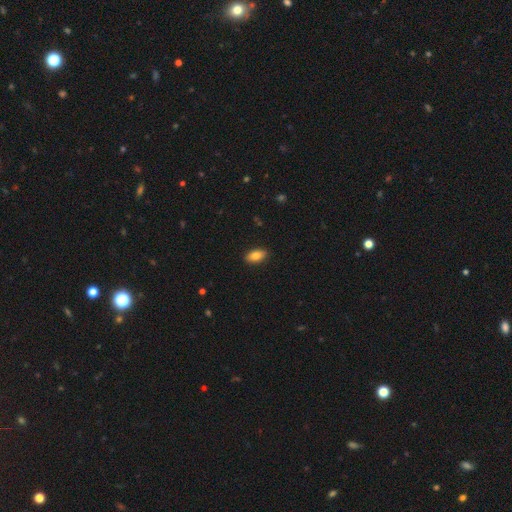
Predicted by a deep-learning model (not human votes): The model was most divided on "smooth or featured": smooth: 82%, featured or disk: 10%, star or artifact: 7%. More confident: how rounded — in between (92%); merging — none (89%).